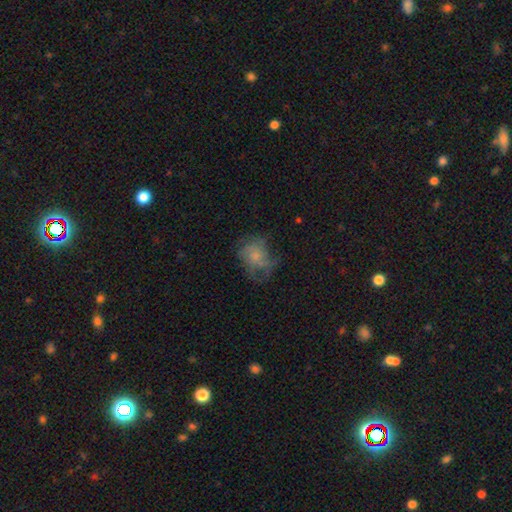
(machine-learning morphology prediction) The model was most divided on "smooth or featured": smooth: 45%, featured or disk: 42%, star or artifact: 13%. Remaining: merging — none (46%).